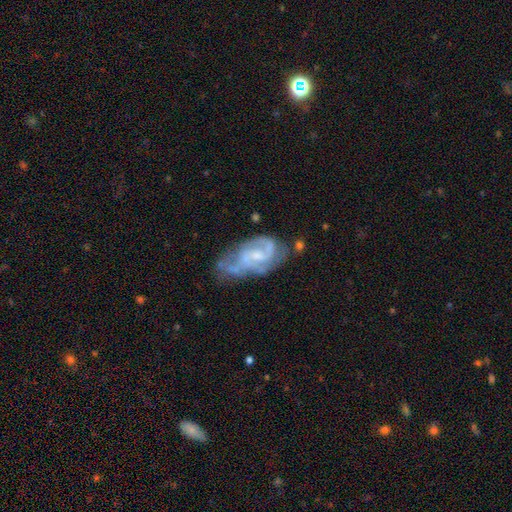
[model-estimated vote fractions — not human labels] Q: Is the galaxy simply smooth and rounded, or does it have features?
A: featured or disk — 81%.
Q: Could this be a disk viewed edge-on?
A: no — 96%.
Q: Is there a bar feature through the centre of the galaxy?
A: weak — 48%.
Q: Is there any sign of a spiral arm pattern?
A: yes — 92%.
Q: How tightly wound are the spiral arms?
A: medium — 46%.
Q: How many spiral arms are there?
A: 2 — 61%.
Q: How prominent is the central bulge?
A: small — 53%.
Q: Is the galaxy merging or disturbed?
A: none — 48%.